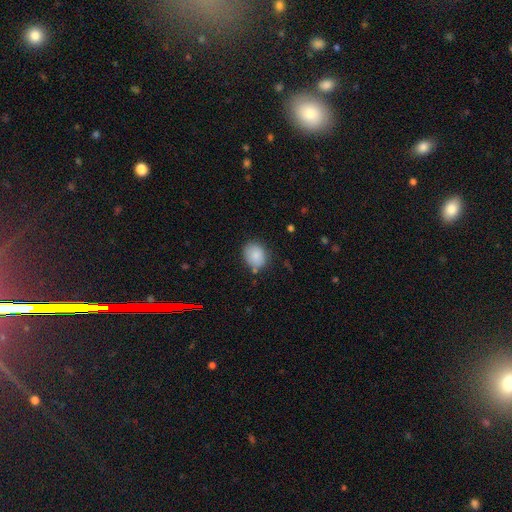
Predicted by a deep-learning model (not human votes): Smooth or featured?
  - smooth: 85% *
  - star or artifact: 8%
  - featured or disk: 7%
How rounded?
  - in between: 51% *
  - round: 48%
  - cigar-shaped: 1%
Merging?
  - none: 75% *
  - minor disturbance: 18%
  - major disturbance: 4%
  - merger: 4%